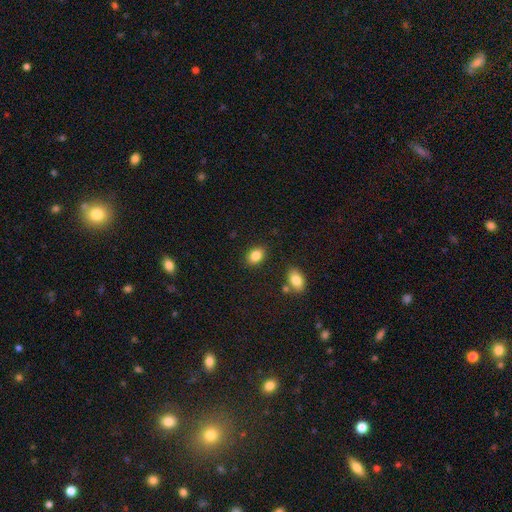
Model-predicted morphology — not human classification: type=smooth (85%); roundness=in between (80%); merging=none (85%).